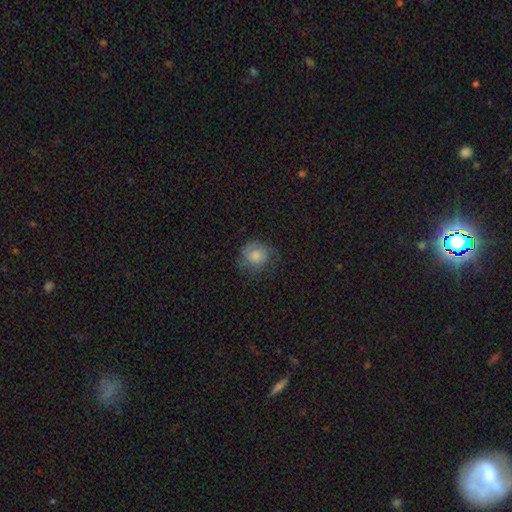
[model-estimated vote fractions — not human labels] This appears to be a smooth galaxy with no disk features (73%) that is round (81%). Merging: none (56%).